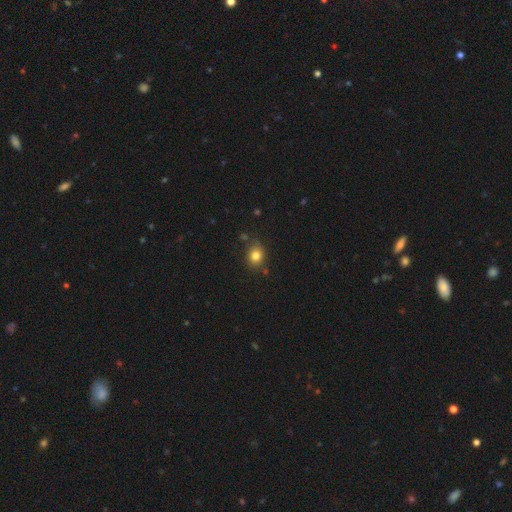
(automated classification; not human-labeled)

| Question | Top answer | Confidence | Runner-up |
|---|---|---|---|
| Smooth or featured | smooth | 81% | star or artifact (11%) |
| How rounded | round | 58% | in between (41%) |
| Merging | none | 77% | minor disturbance (15%) |